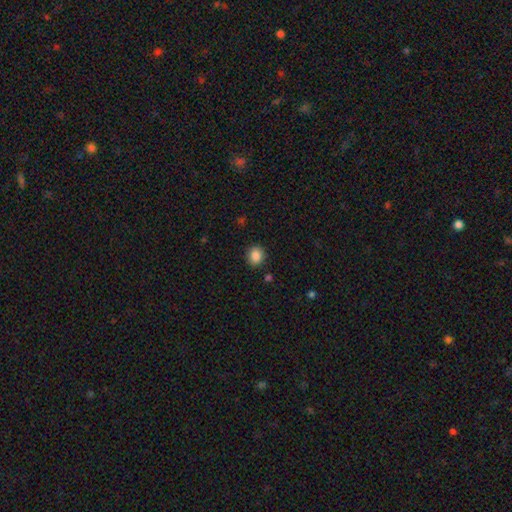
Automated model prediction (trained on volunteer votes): Overall: smooth (87%). How rounded: round (75%). Merging: none (89%).